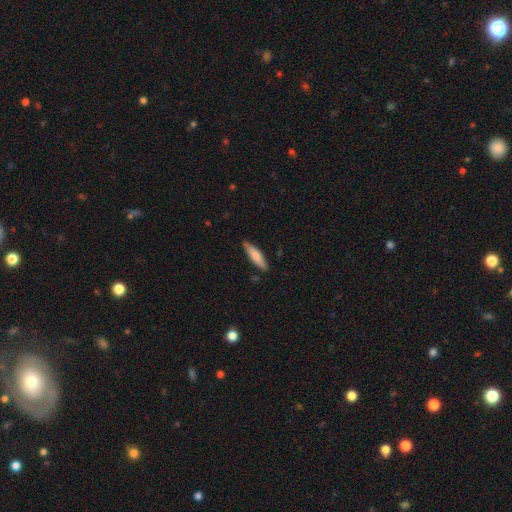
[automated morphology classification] type=smooth (78%); roundness=cigar-shaped (72%); merging=none (83%).